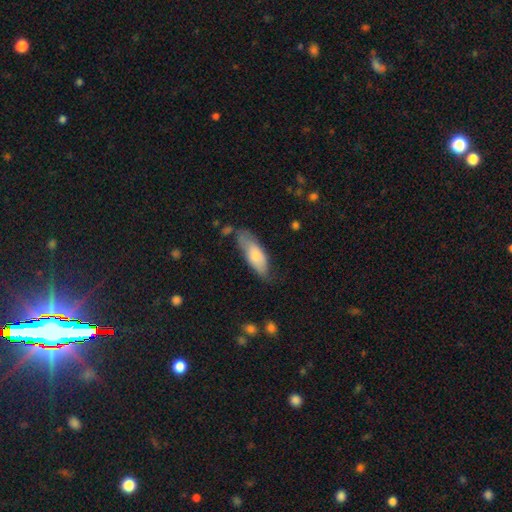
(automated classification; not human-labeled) smooth-or-featured: smooth: 72% | featured or disk: 23% | star or artifact: 6%
  how-rounded: in between: 68% | cigar-shaped: 30% | round: 2%
  merging: none: 55% | minor disturbance: 32% | major disturbance: 10% | merger: 4%